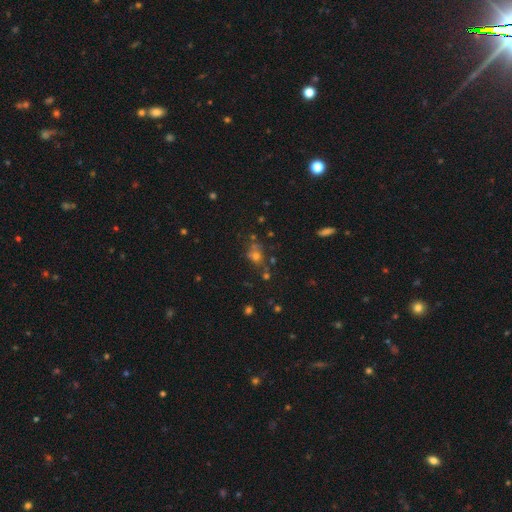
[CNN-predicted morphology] Q: Smooth or featured?
A: smooth (52%); runner-up: star or artifact (32%)
Q: How rounded?
A: round (68%); runner-up: in between (30%)
Q: Merging?
A: none (56%); runner-up: merger (19%)